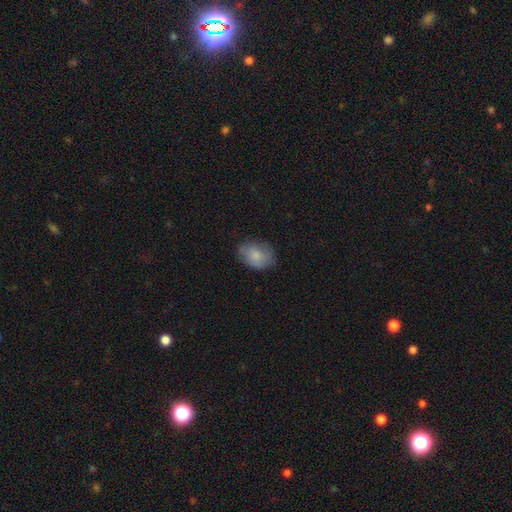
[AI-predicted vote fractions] smooth-or-featured: smooth: 79% | featured or disk: 14% | star or artifact: 7%
  how-rounded: in between: 77% | round: 22% | cigar-shaped: 1%
  merging: none: 71% | minor disturbance: 22% | major disturbance: 6% | merger: 1%